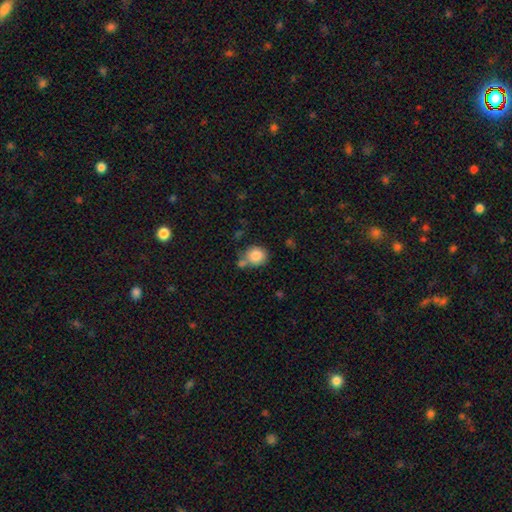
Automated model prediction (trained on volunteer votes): Morphology: type=smooth (85%); roundness=round (84%); merging=none (58%).